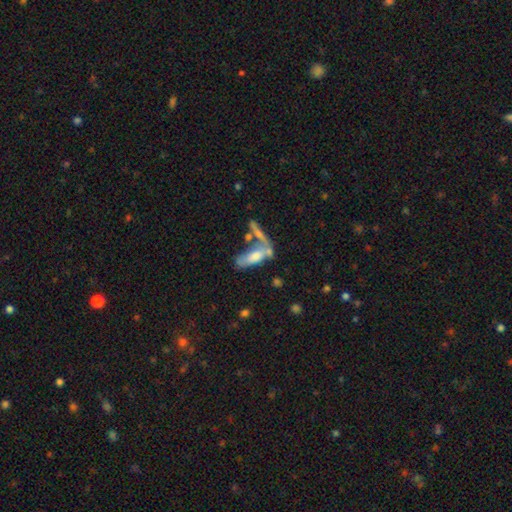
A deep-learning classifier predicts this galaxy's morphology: Overall: smooth (56%; featured or disk 35%). How rounded: in between (62%; cigar-shaped 35%). Merging: merger (44%; none 23%).